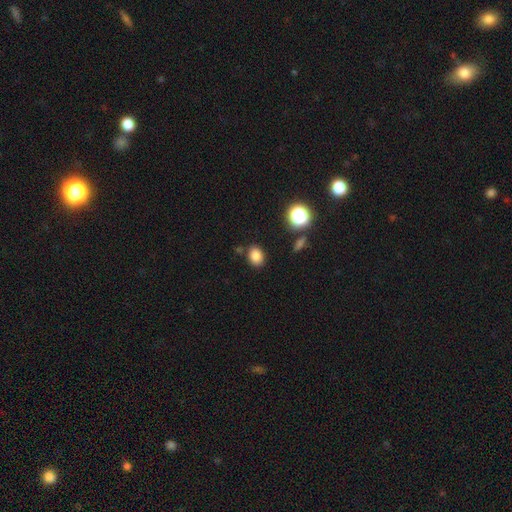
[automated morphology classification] A smooth galaxy with no disk features (83%) that is in between round and cigar-shaped (61%). Merging: none (81%).